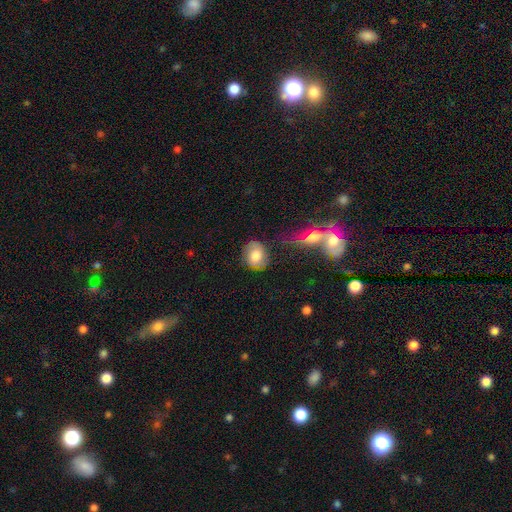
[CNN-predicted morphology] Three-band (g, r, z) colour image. It shows a smooth galaxy with no disk features (63%) that is round (53%). Merging: none (71%).